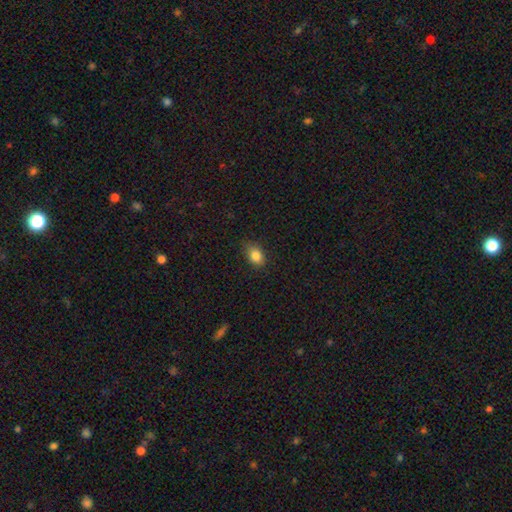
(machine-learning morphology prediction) Smooth or featured: smooth — 84% (star or artifact — 10%)
How rounded: in between — 74% (round — 25%)
Merging: none — 82% (minor disturbance — 15%)